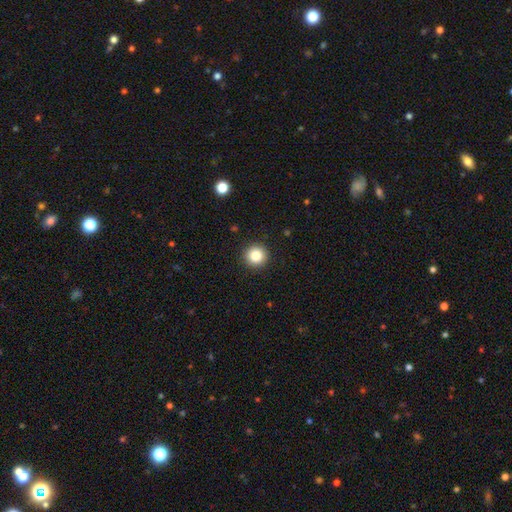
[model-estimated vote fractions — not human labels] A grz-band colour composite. It shows a smooth galaxy with no disk features (84%) that is round (95%). Merging: none (92%).